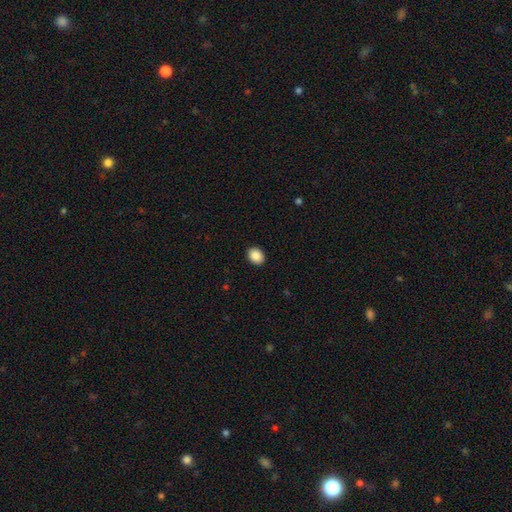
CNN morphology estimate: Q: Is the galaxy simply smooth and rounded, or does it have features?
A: smooth — 89%.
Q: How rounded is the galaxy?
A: in between — 57%.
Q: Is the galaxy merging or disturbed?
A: none — 91%.